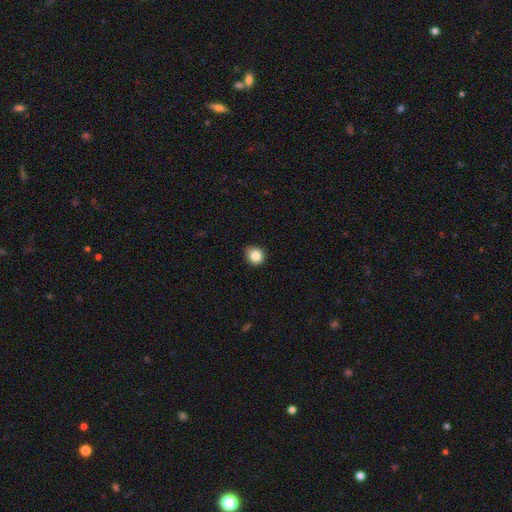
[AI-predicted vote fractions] Smooth or featured? smooth (85%)
How rounded? round (88%)
Merging? none (83%)